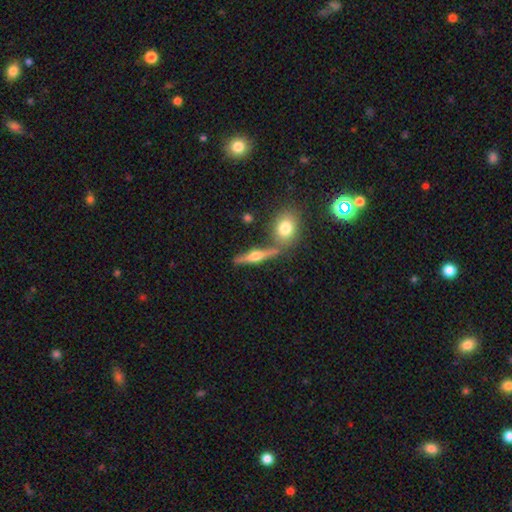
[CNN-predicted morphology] A featured or disk galaxy (63%) viewed edge-on (93%) with a rounded central bulge (93%).

Vote fractions:
- Smooth or featured? featured or disk: 63% / smooth: 30% / star or artifact: 7%
- Edge-on disk? yes: 93% / no: 7%
- Edge-on bulge? rounded: 93% / boxy: 4% / none: 3%
- Merging? none: 72% / merger: 15% / minor disturbance: 10% / major disturbance: 3%